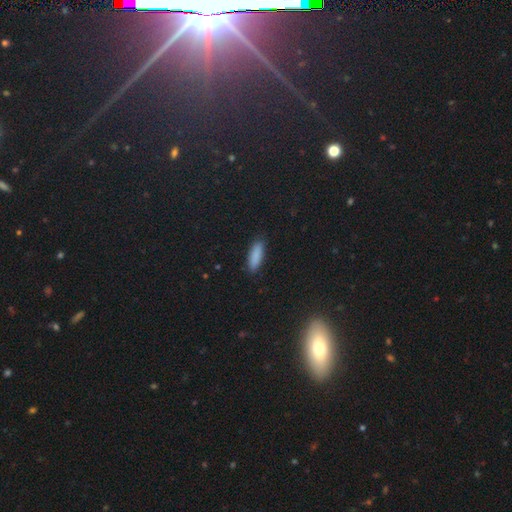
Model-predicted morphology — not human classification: Smooth or featured: smooth — 88% (star or artifact — 7%)
How rounded: cigar-shaped — 50% (in between — 48%)
Merging: none — 88% (minor disturbance — 9%)